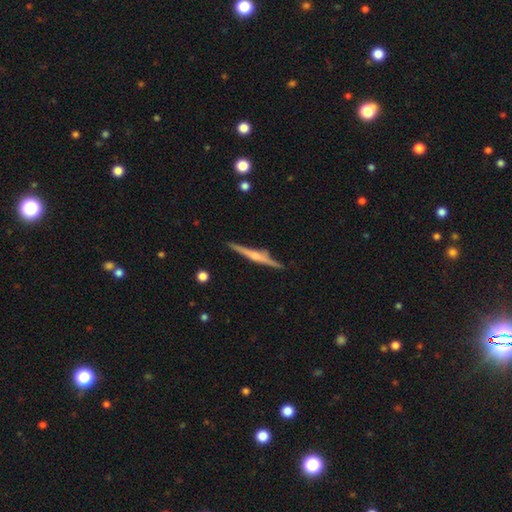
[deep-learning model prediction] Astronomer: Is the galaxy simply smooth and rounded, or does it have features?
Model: featured or disk — 71%.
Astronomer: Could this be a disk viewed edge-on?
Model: yes — 98%.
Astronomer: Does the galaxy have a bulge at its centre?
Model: rounded — 66%.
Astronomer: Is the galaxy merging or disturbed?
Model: none — 86%.